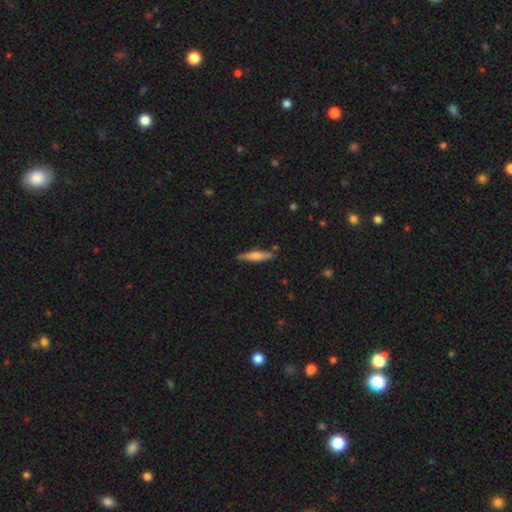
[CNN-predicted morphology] Q: Smooth or featured?
A: smooth (49%); runner-up: featured or disk (44%)
Q: Merging?
A: none (85%); runner-up: minor disturbance (10%)